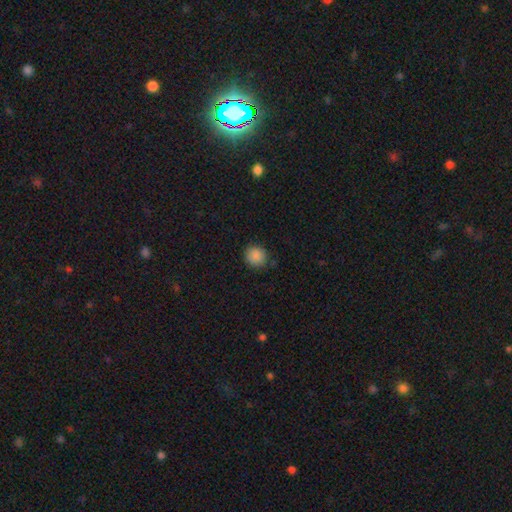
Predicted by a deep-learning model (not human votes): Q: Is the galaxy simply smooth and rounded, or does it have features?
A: smooth — 88%.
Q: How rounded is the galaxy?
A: round — 89%.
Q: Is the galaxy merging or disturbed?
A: none — 87%.